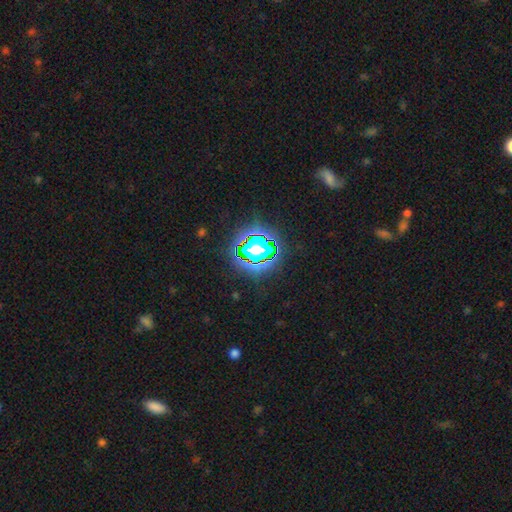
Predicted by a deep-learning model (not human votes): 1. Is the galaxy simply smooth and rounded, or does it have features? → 75% star or artifact, 16% smooth, 9% featured or disk.